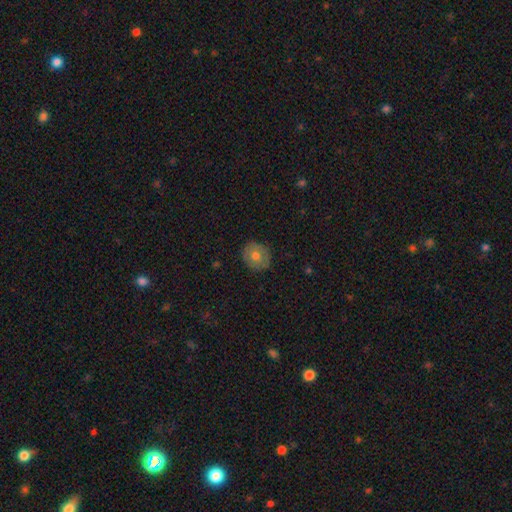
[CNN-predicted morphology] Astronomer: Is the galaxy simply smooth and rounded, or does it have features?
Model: smooth — 66%.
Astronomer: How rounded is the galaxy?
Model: round — 75%.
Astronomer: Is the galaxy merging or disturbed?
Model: none — 86%.